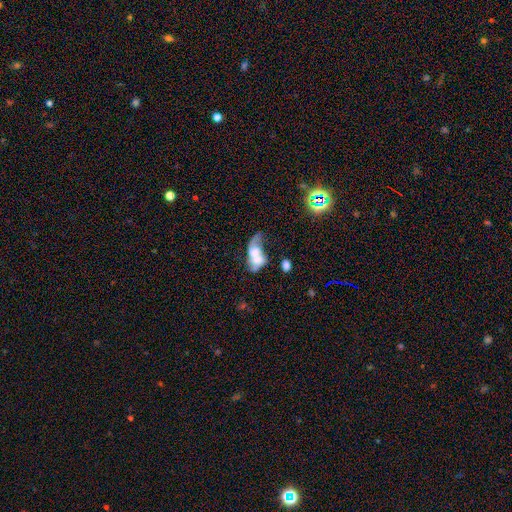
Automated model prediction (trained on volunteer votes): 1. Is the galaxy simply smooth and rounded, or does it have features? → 48% featured or disk, 41% smooth, 11% star or artifact.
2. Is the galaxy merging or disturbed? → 47% merger, 27% major disturbance, 14% none, 12% minor disturbance.